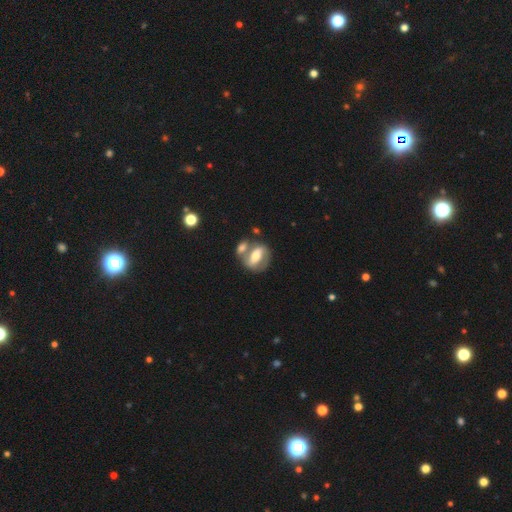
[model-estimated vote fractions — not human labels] This appears to be a featured or disk galaxy (54%). Merging: none (41%).